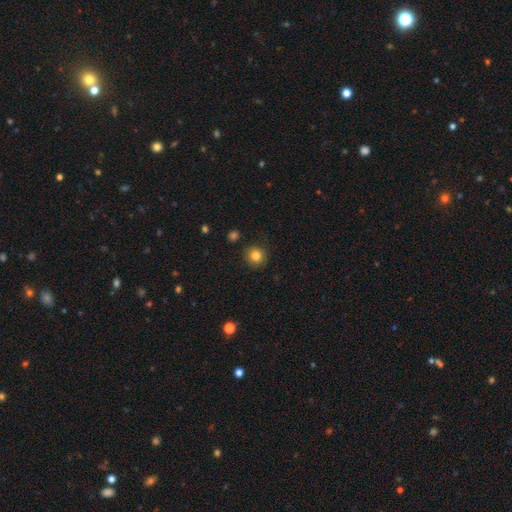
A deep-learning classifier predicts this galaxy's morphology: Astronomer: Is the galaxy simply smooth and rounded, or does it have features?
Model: smooth — 83%.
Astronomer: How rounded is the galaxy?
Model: round — 92%.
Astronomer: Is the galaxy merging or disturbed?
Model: none — 90%.